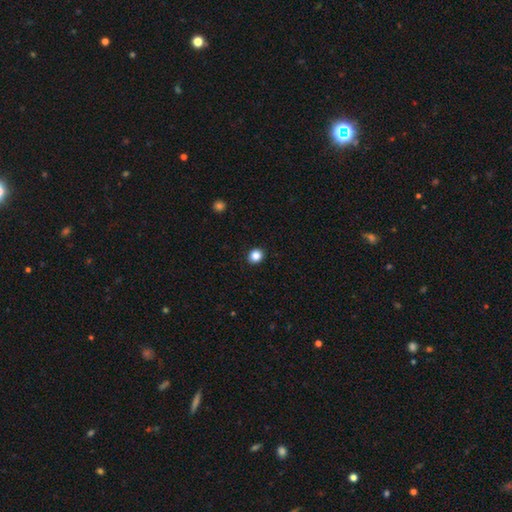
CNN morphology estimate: smooth 86%, star or artifact 11%, featured or disk 3%. Down the decision tree: how rounded — round (75%); merging — none (92%).